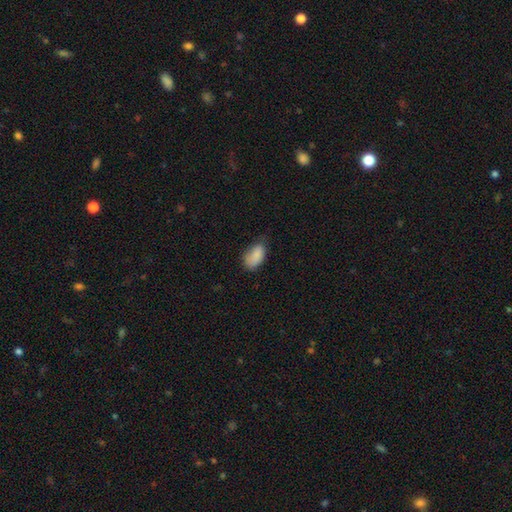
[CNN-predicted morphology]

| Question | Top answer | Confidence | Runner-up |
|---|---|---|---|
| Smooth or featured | smooth | 86% | star or artifact (7%) |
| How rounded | in between | 93% | round (4%) |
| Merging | none | 53% | minor disturbance (37%) |